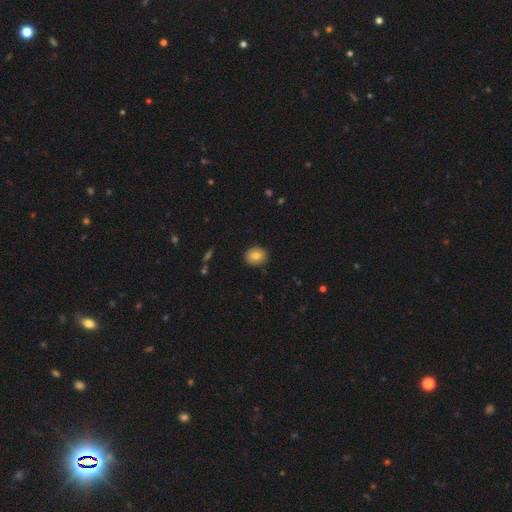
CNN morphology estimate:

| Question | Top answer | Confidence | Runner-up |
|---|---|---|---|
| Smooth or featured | smooth | 77% | featured or disk (14%) |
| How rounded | round | 74% | in between (25%) |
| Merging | none | 89% | minor disturbance (8%) |